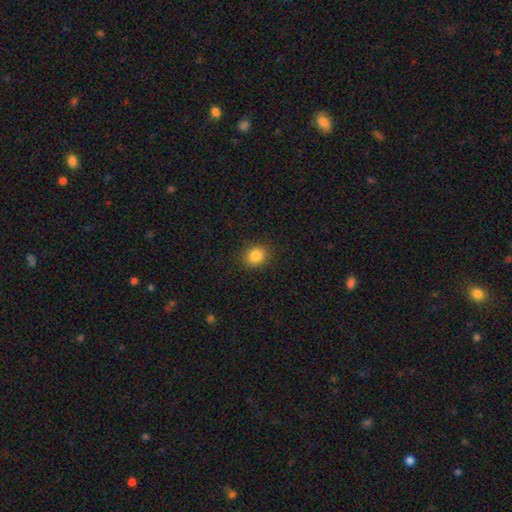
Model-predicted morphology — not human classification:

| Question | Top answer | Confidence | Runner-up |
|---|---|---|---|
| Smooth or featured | smooth | 84% | star or artifact (11%) |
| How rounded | round | 71% | in between (28%) |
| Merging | none | 89% | minor disturbance (8%) |